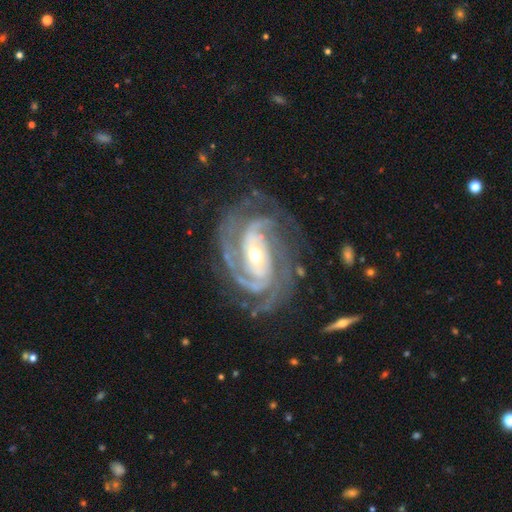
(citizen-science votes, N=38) This appears to be a featured or disk galaxy (100%) with no bar (40%), 2 (49%) tight (60%) spiral arms (100%) and a moderate central bulge (51%). Merging: none (66%).